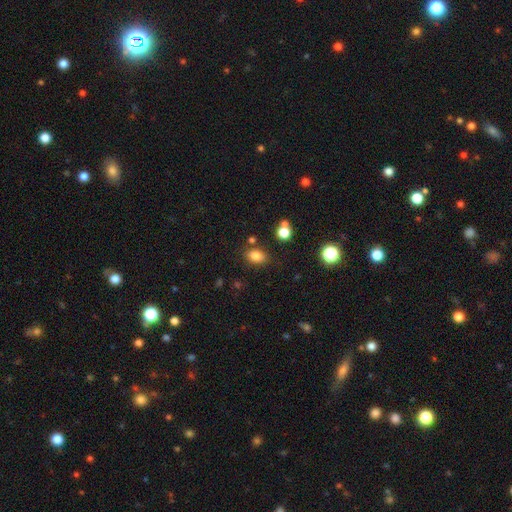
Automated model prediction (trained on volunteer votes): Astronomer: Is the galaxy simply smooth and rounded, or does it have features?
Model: smooth — 82%.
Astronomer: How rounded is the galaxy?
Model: in between — 78%.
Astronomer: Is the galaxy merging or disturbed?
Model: none — 78%.